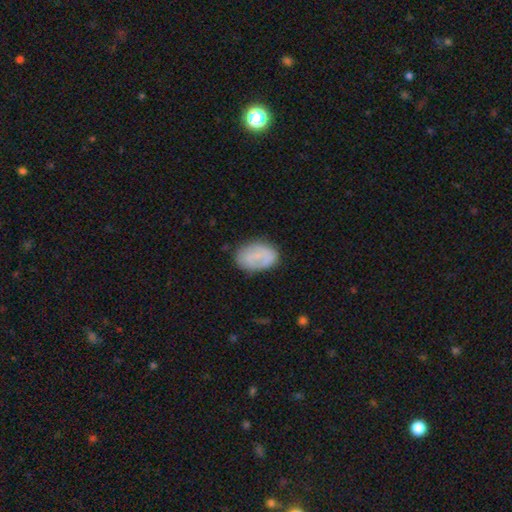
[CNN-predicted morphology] Smooth or featured? Predicted: smooth (p=0.62). How rounded? Predicted: in between (p=0.87). Merging? Predicted: none (p=0.78).